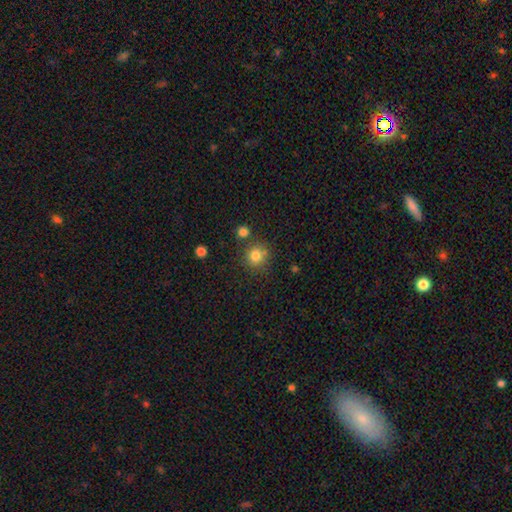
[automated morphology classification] This appears to be a smooth galaxy with no disk features (81%) that is round (91%). Merging: none (74%).